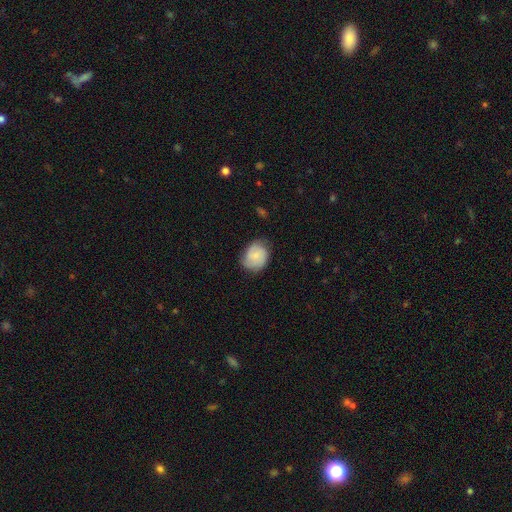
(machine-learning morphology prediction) A smooth galaxy with no disk features (64%) that is round (59%). Merging: none (66%).